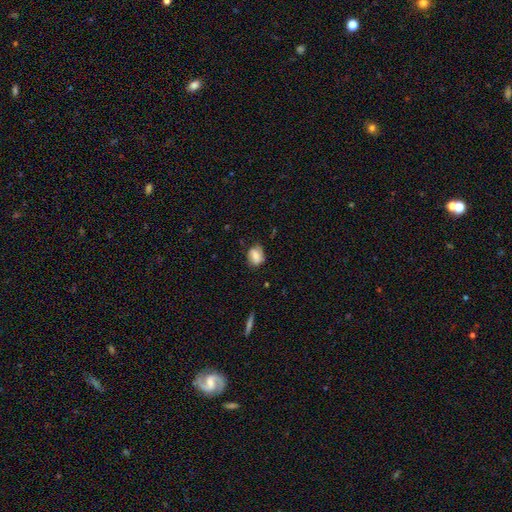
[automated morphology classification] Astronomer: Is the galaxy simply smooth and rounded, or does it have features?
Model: smooth — 67%.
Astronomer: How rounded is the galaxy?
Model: in between — 60% (runner-up: round, 38%).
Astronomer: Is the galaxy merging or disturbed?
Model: none — 66%.